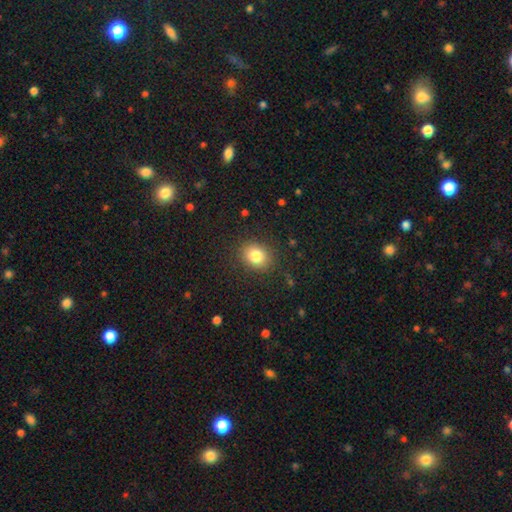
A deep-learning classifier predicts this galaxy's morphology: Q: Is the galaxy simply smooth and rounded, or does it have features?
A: smooth — 82%.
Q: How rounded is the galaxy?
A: round — 57%.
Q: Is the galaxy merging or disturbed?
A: none — 87%.